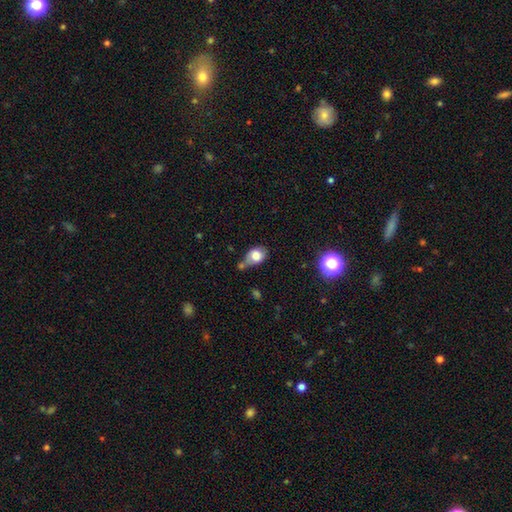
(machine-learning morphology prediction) smooth_or_featured: smooth (p=0.77) [alt: featured or disk p=0.12]
how_rounded: in between (p=0.61) [alt: round p=0.37]
merging: none (p=0.43) [alt: minor disturbance p=0.27]